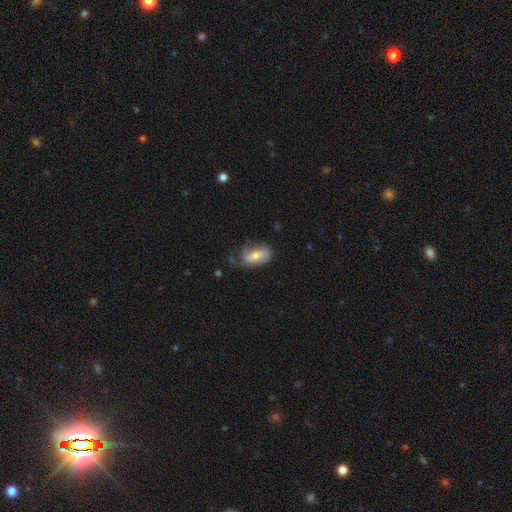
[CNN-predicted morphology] This appears to be a smooth galaxy with no disk features (50%). Merging: none (41%).